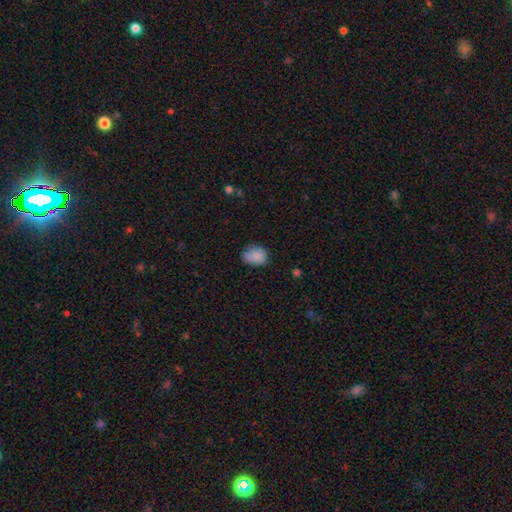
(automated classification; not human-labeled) This appears to be a smooth galaxy with no disk features (85%) that is in between round and cigar-shaped (60%). Merging: none (70%).